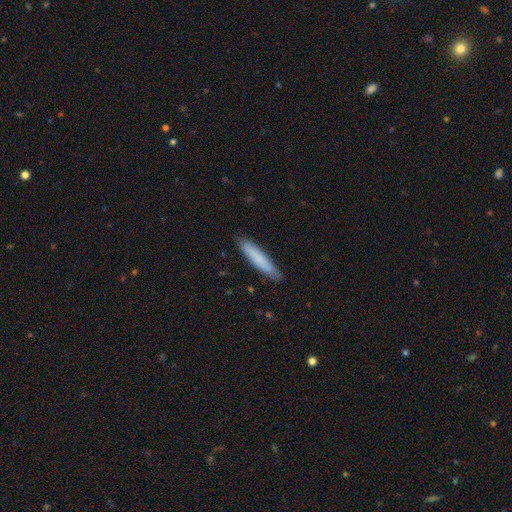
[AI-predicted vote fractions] Morphology: type=smooth (77%); roundness=cigar-shaped (91%); merging=none (89%).